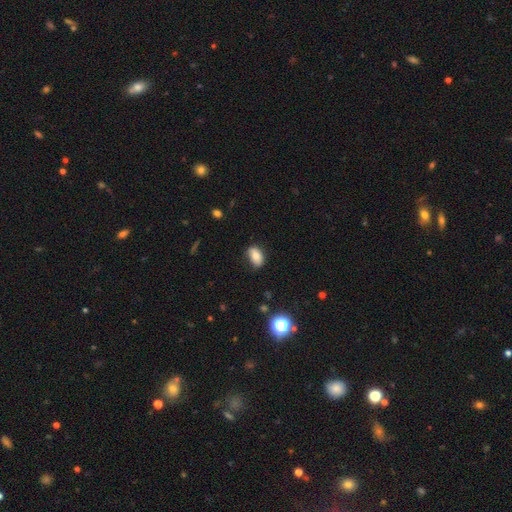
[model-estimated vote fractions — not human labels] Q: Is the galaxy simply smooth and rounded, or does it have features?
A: smooth — 77%.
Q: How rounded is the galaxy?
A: in between — 88%.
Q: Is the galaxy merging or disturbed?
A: none — 72%.